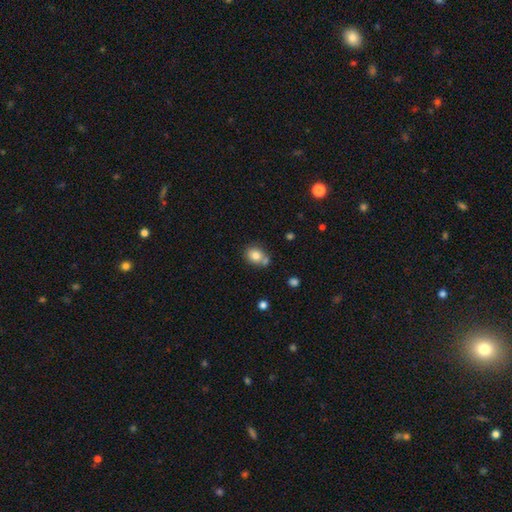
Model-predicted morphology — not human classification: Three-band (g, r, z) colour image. It shows a smooth galaxy with no disk features (80%) that is round (59%). Merging: none (56%).